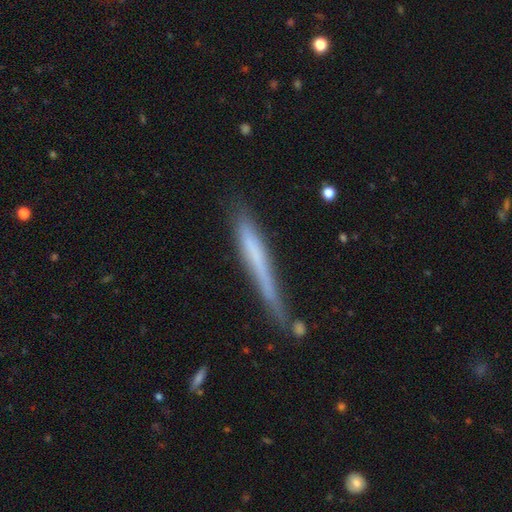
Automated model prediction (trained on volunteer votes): Smooth or featured?
  - smooth: 54% *
  - featured or disk: 39%
  - star or artifact: 7%
How rounded?
  - cigar-shaped: 96% *
  - in between: 3%
  - round: 1%
Merging?
  - none: 63% *
  - minor disturbance: 25%
  - major disturbance: 7%
  - merger: 5%